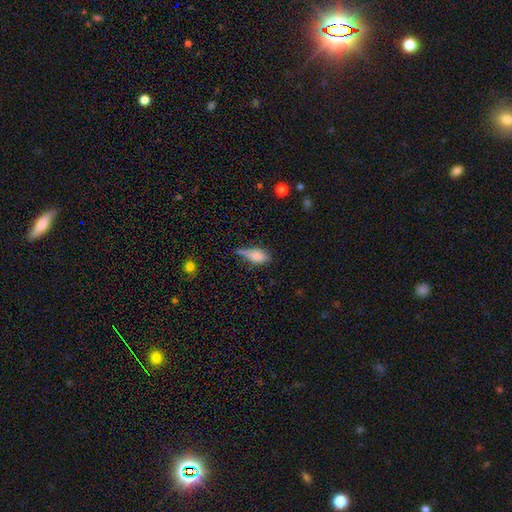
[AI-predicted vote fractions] Smooth or featured: smooth — 71% (featured or disk — 20%)
How rounded: in between — 75% (cigar-shaped — 20%)
Merging: none — 42% (minor disturbance — 37%)